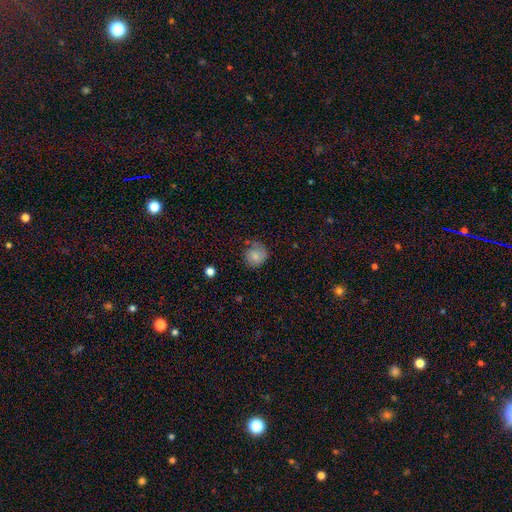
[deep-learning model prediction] Smooth or featured? Predicted: smooth (p=0.70). How rounded? Predicted: round (p=0.84). Merging? Predicted: none (p=0.59).